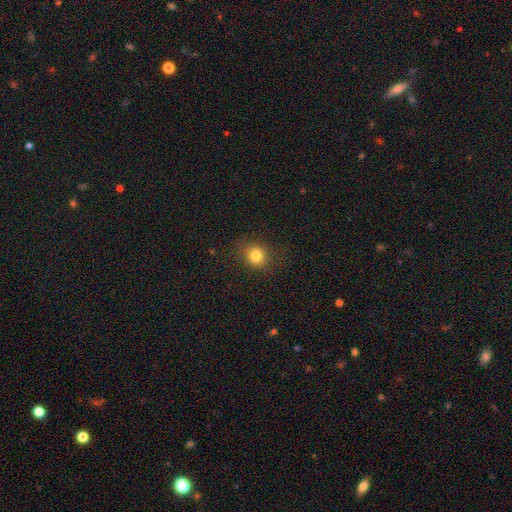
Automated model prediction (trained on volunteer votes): smooth-or-featured: smooth: 81% | star or artifact: 12% | featured or disk: 7%
  how-rounded: round: 82% | in between: 17% | cigar-shaped: 1%
  merging: none: 84% | minor disturbance: 11% | major disturbance: 4% | merger: 1%